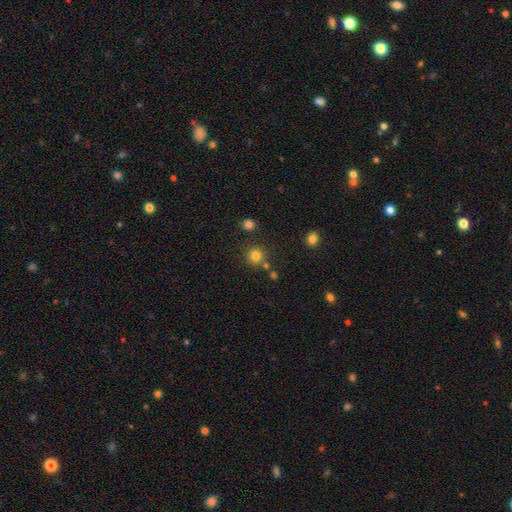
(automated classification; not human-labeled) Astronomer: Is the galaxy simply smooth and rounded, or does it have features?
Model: smooth — 80%.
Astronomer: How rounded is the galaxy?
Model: round — 92%.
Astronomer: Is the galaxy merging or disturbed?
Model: none — 79%.